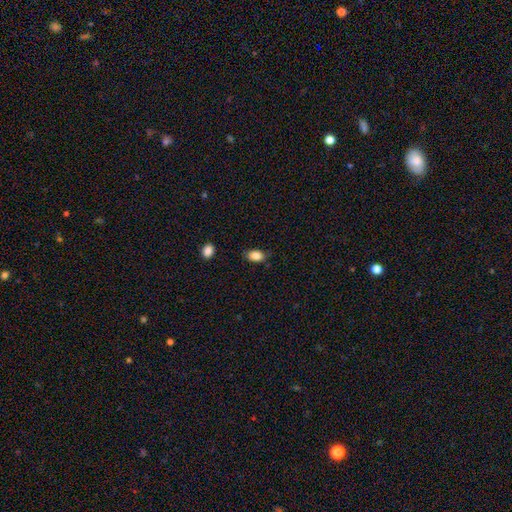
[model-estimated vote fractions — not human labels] Smooth or featured?
  - smooth: 87% *
  - star or artifact: 8%
  - featured or disk: 5%
How rounded?
  - in between: 88% *
  - round: 10%
  - cigar-shaped: 2%
Merging?
  - none: 78% *
  - minor disturbance: 17%
  - major disturbance: 3%
  - merger: 2%